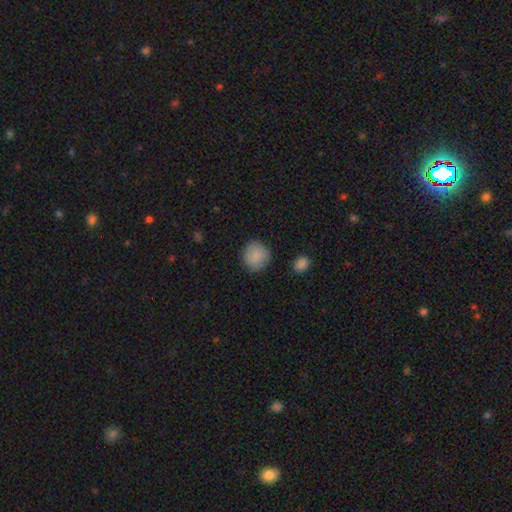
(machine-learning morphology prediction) This appears to be a smooth galaxy with no disk features (87%) that is round (88%). Merging: none (84%).